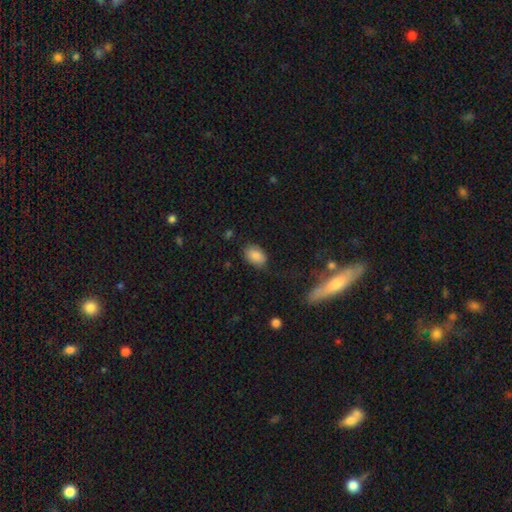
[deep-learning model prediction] Q: Smooth or featured?
A: smooth (84%); runner-up: star or artifact (8%)
Q: How rounded?
A: in between (86%); runner-up: round (13%)
Q: Merging?
A: none (74%); runner-up: minor disturbance (19%)